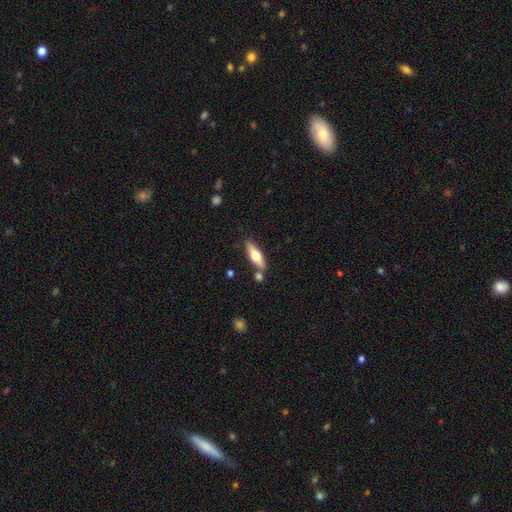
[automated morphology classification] This appears to be a smooth galaxy with no disk features (54%) that is cigar-shaped (52%). Merging: none (76%).